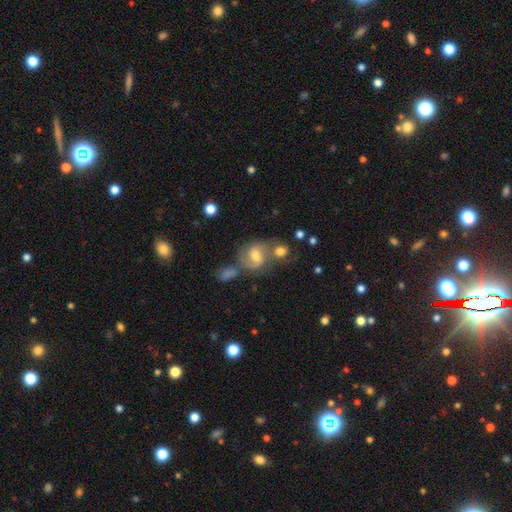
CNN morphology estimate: smooth-or-featured: featured or disk: 70% | smooth: 21% | star or artifact: 10%
  disk-edge-on: no: 97% | yes: 3%
    bar: weak: 53% | no: 28% | strong: 19%
    has-spiral-arms: yes: 91% | no: 9%
      spiral-winding: medium: 53% | tight: 27% | loose: 20%
      spiral-arm-count: 2: 84% | can't tell: 8% | 1: 3% | 3: 3% | 4: 1% | more than 4: 1%
    bulge-size: moderate: 65% | small: 23% | large: 8% | none: 3% | dominant: 1%
  merging: none: 44% | merger: 34% | minor disturbance: 14% | major disturbance: 8%